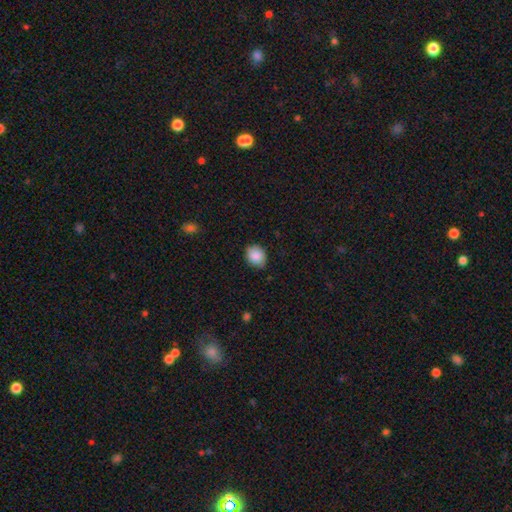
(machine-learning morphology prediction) The model was most divided on "how rounded": in between: 50%, round: 49%, cigar-shaped: 1%. More confident: smooth or featured — smooth (87%); merging — none (79%).